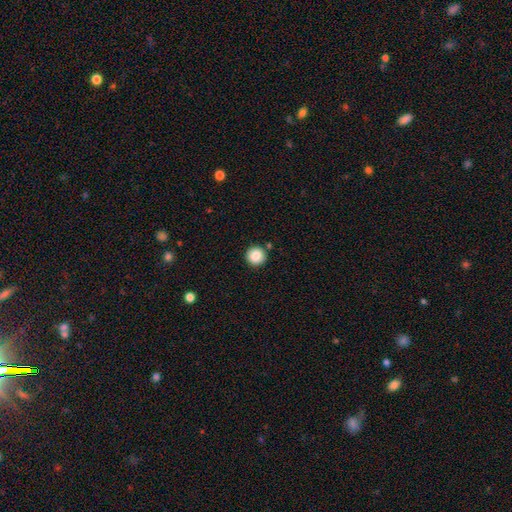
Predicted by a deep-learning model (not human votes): This is clearly a smooth galaxy (86%). How rounded: clearly round (95%). Merging: clearly none (89%).